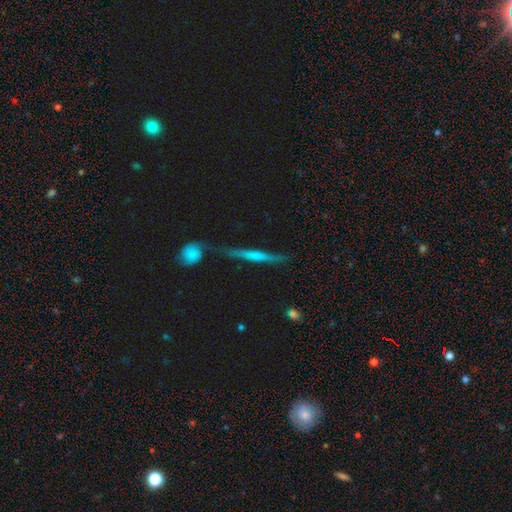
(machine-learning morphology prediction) smooth_or_featured: featured or disk (p=0.69) [alt: smooth p=0.19]
disk_edge_on: yes (p=0.94) [alt: no p=0.06]
edge_on_bulge: rounded (p=0.63) [alt: none p=0.26]
merging: none (p=0.78) [alt: minor disturbance p=0.12]